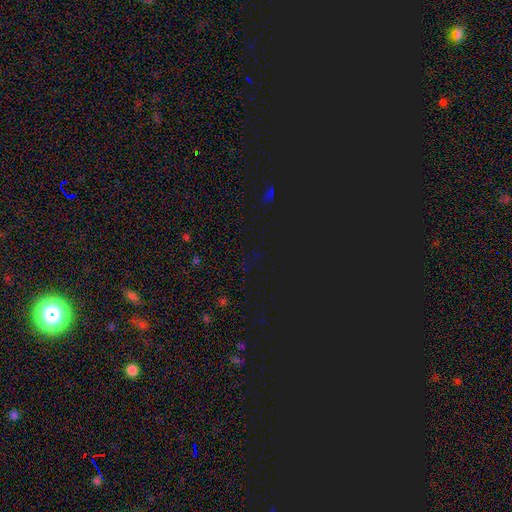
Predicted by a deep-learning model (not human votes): smooth-or-featured: star or artifact: 80% | smooth: 14% | featured or disk: 6%